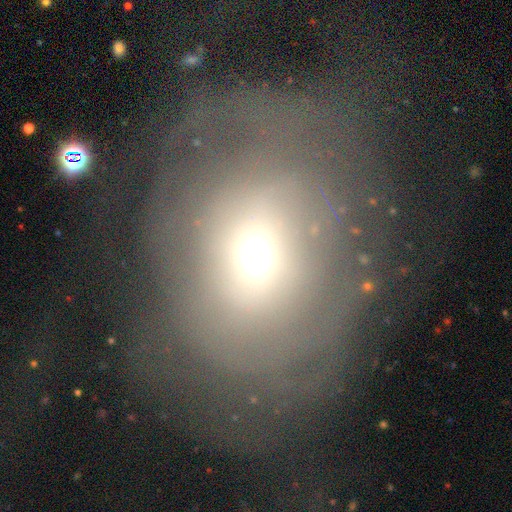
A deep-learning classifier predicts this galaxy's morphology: Smooth or featured: featured or disk — 43% (tied with smooth — 43%)
Merging: major disturbance — 40% (none — 38%)